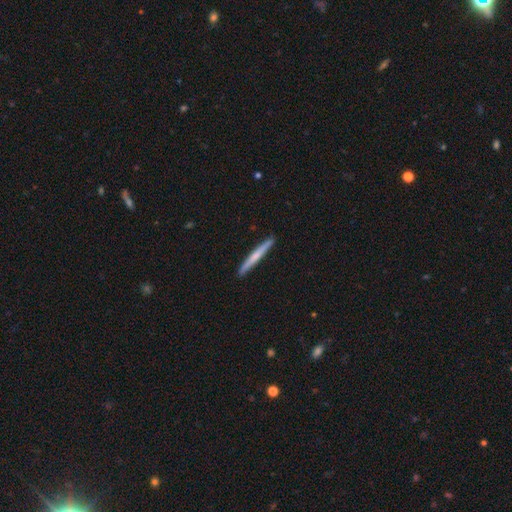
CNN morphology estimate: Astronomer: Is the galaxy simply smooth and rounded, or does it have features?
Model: smooth — 51% (runner-up: featured or disk, 43%).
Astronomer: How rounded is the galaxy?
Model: cigar-shaped — 97%.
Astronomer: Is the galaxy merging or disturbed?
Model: none — 92%.